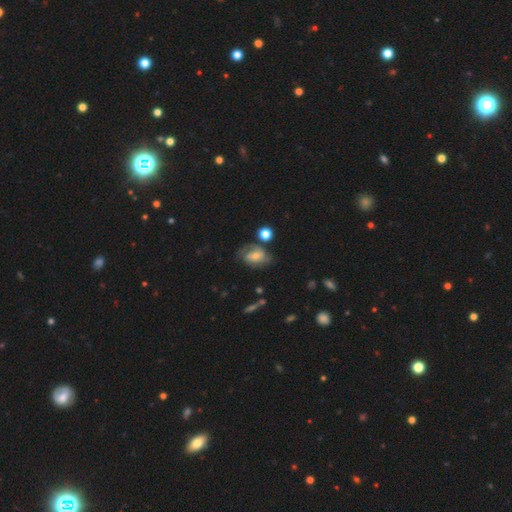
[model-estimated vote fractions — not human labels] Morphology: type=featured or disk (60%); edge-on=no (96%); bar=no (57%); spiral arms=yes (83%); bulge=small (53%); merging=none (51%).